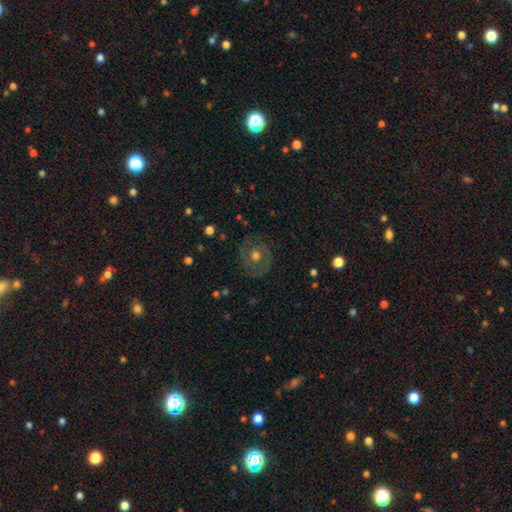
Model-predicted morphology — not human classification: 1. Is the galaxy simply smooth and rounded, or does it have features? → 70% featured or disk, 21% smooth, 9% star or artifact.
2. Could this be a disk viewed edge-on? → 97% no, 3% yes.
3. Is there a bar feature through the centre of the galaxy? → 77% no, 19% weak, 4% strong.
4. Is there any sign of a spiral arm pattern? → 76% yes, 24% no.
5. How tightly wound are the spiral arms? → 55% tight, 35% medium, 10% loose.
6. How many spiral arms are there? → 73% 2, 14% can't tell, 5% 1, 4% 3, 2% 4, 2% more than 4.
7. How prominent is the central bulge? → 72% moderate, 13% large, 11% small, 1% none, 1% dominant.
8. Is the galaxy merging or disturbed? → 82% none, 11% minor disturbance, 6% major disturbance, 1% merger.